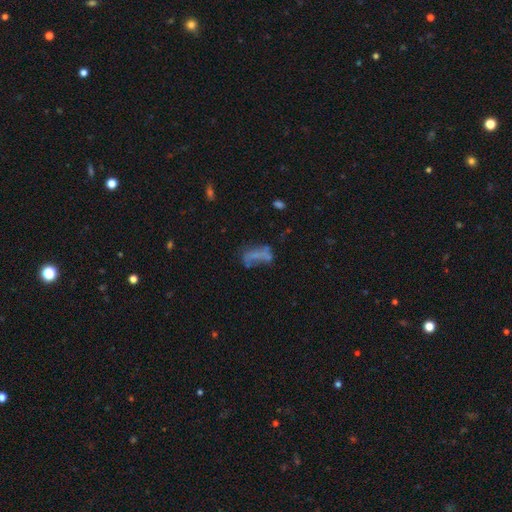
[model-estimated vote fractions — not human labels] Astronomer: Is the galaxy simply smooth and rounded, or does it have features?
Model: smooth — 44% (runner-up: featured or disk, 37%).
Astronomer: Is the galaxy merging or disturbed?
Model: none — 37% (runner-up: major disturbance, 29%).